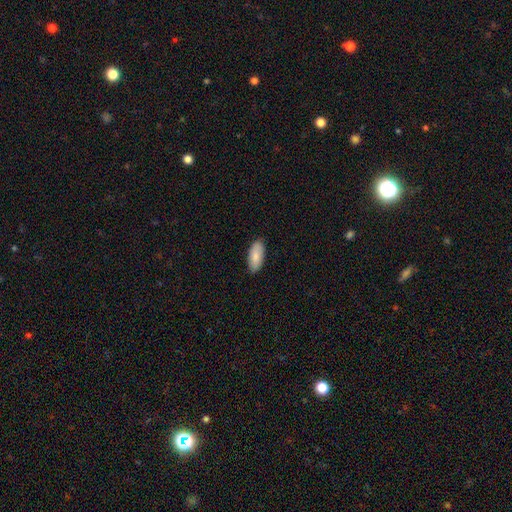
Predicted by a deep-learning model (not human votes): Smooth or featured? Predicted: smooth (p=0.86). How rounded? Predicted: in between (p=0.88). Merging? Predicted: none (p=0.86).